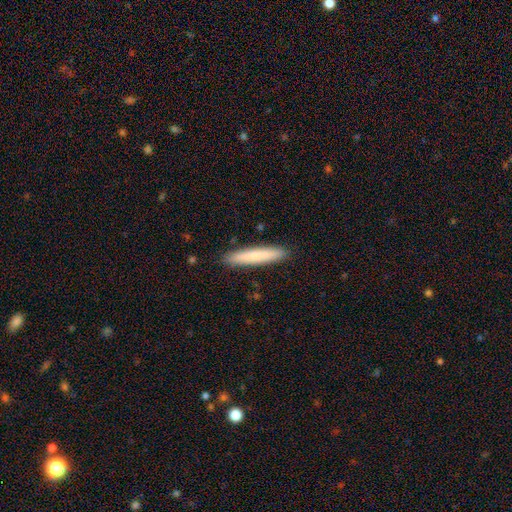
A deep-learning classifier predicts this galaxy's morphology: smooth_or_featured: smooth (p=0.78) [alt: featured or disk p=0.16]
how_rounded: cigar-shaped (p=0.94) [alt: in between p=0.05]
merging: none (p=0.91) [alt: minor disturbance p=0.06]